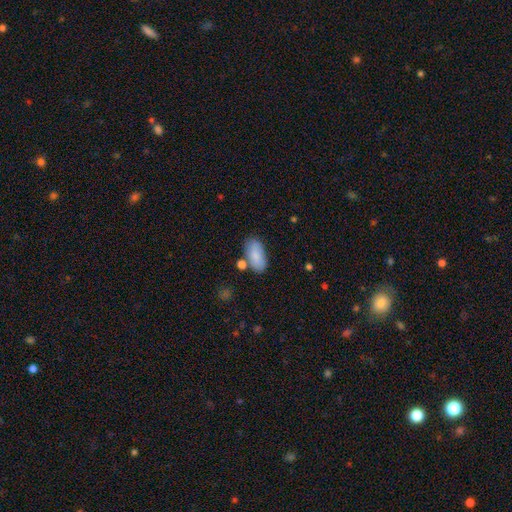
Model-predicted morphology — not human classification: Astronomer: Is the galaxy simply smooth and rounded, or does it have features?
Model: smooth — 85%.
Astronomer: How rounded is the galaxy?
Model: in between — 92%.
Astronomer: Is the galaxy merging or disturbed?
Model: none — 70%.